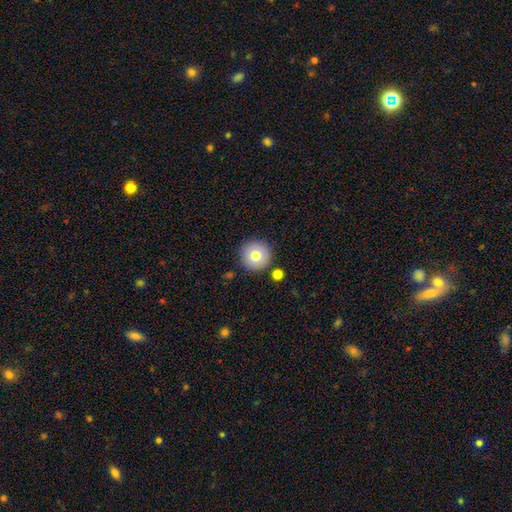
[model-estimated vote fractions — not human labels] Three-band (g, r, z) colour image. It shows a smooth galaxy with no disk features (75%) that is round (96%). Merging: none (87%).